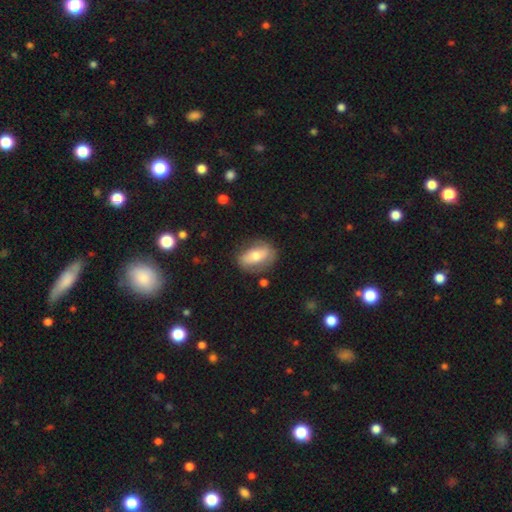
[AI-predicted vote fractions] Smooth or featured? smooth (57%)
How rounded? in between (82%)
Merging? none (75%)